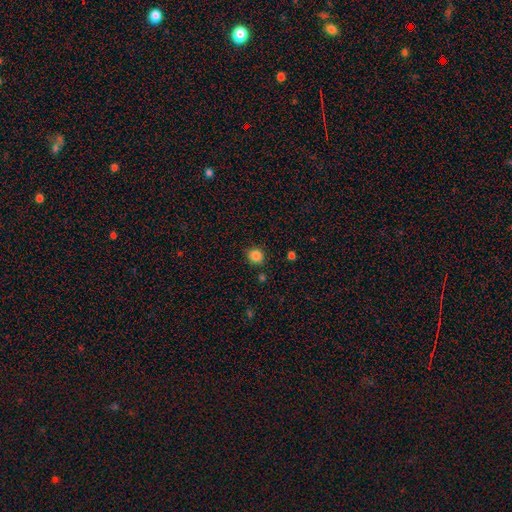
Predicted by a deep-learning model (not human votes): smooth-or-featured: smooth: 85% | star or artifact: 11% | featured or disk: 4%
  how-rounded: round: 86% | in between: 13% | cigar-shaped: 1%
  merging: none: 86% | minor disturbance: 8% | merger: 3% | major disturbance: 2%